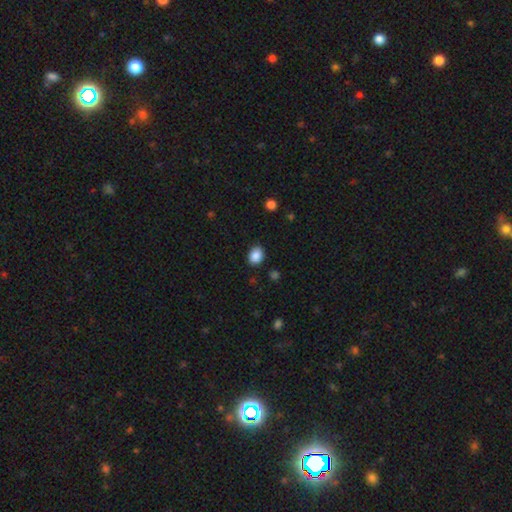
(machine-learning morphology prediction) A smooth galaxy with no disk features (88%) that is in between round and cigar-shaped (55%).

Vote fractions:
- Smooth or featured? smooth: 88% / star or artifact: 9% / featured or disk: 4%
- How rounded? in between: 55% / round: 44% / cigar-shaped: 1%
- Merging? none: 87% / minor disturbance: 9% / major disturbance: 2% / merger: 1%